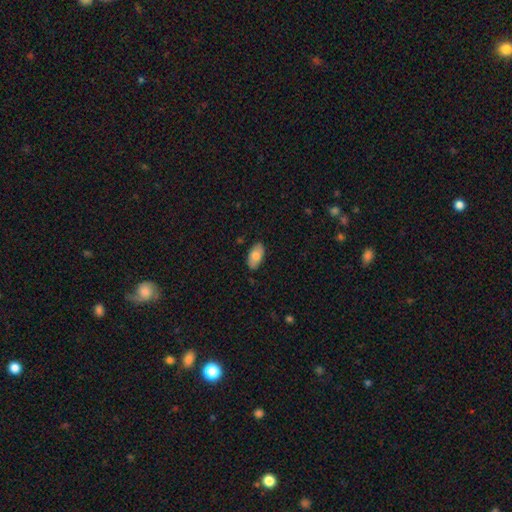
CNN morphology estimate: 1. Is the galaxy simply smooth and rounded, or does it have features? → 77% smooth, 17% featured or disk, 6% star or artifact.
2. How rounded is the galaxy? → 94% in between, 3% round, 3% cigar-shaped.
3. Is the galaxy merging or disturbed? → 85% none, 11% minor disturbance, 2% major disturbance, 1% merger.